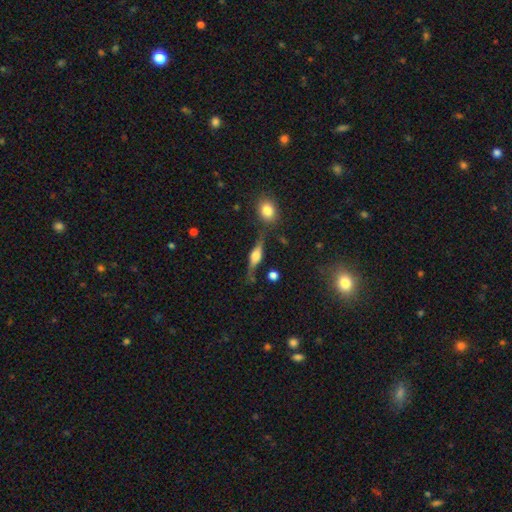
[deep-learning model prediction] Smooth or featured? featured or disk (71%)
Edge-on disk? yes (93%)
Edge-on bulge? rounded (88%)
Merging? none (72%)